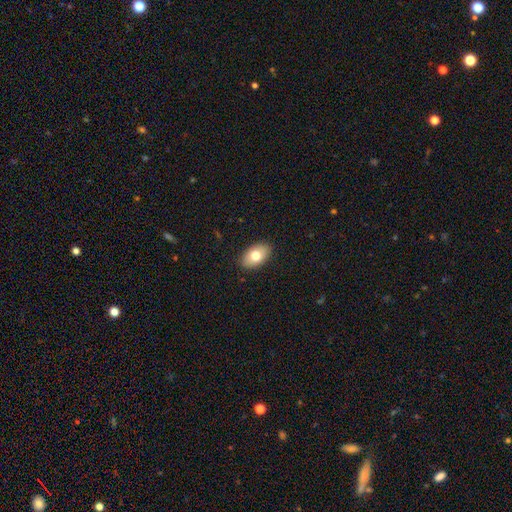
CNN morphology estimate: Smooth or featured? Predicted: smooth (p=0.76). How rounded? Predicted: in between (p=0.92). Merging? Predicted: none (p=0.88).